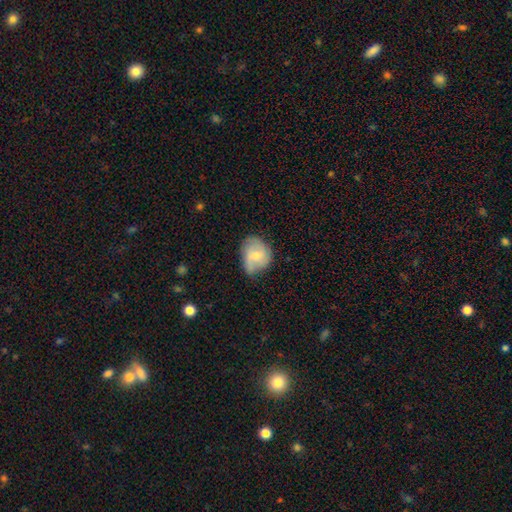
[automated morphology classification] Smooth or featured: smooth — 54% (featured or disk — 39%)
How rounded: round — 50% (in between — 49%)
Merging: none — 46% (minor disturbance — 39%)